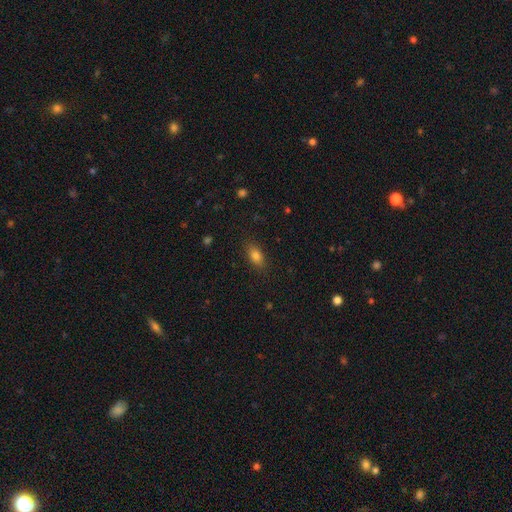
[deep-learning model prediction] This is clearly a smooth galaxy (82%). How rounded: clearly in between (85%). Merging: clearly none (85%).